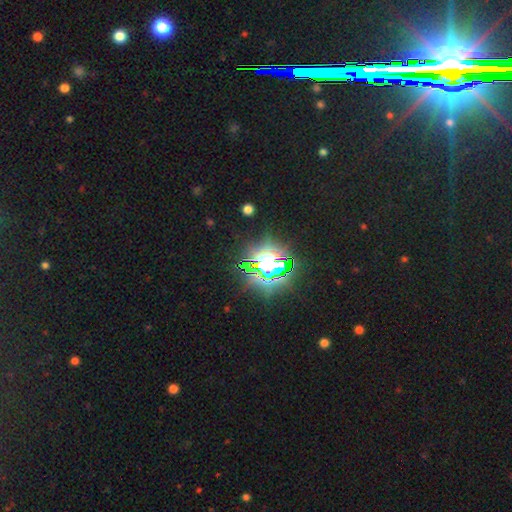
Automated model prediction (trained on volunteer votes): star or artifact 79%, smooth 12%, featured or disk 9%.